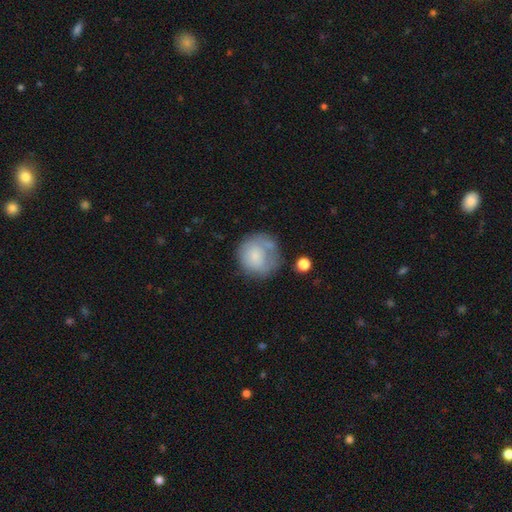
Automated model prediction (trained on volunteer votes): This is likely a smooth galaxy (67%). How rounded: clearly round (87%). Merging: possibly none (50%).